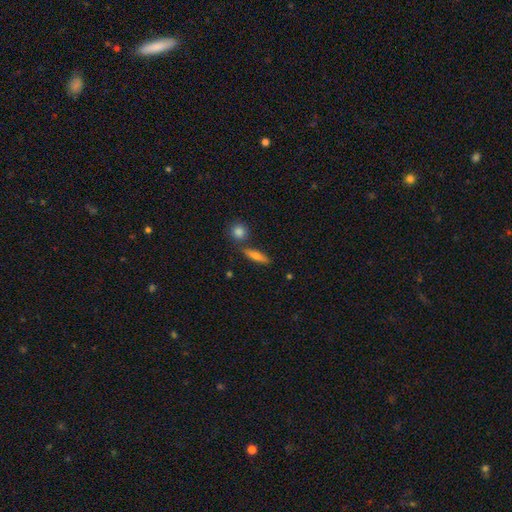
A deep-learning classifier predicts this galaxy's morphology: The model was most divided on "how rounded": cigar-shaped: 65%, in between: 30%, round: 5%. More confident: merging — none (77%); smooth or featured — smooth (68%).